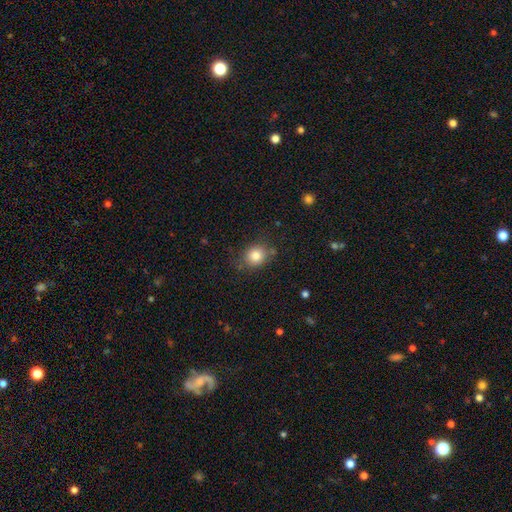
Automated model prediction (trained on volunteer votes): This is clearly a smooth galaxy (82%). How rounded: likely round (75%). Merging: likely none (79%).